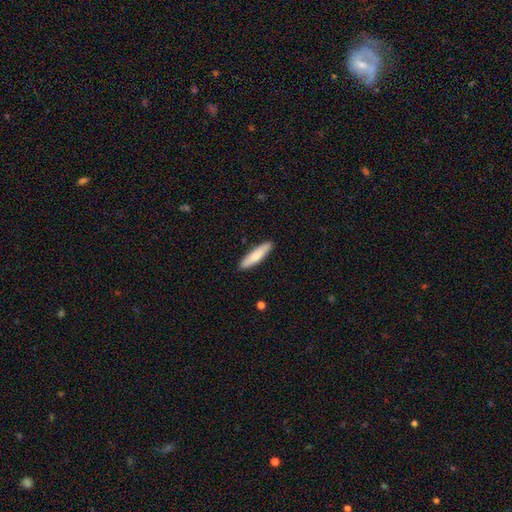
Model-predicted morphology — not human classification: Smooth or featured?
  - smooth: 78% *
  - featured or disk: 17%
  - star or artifact: 5%
How rounded?
  - cigar-shaped: 78% *
  - in between: 21%
  - round: 1%
Merging?
  - none: 89% *
  - minor disturbance: 8%
  - major disturbance: 2%
  - merger: 1%